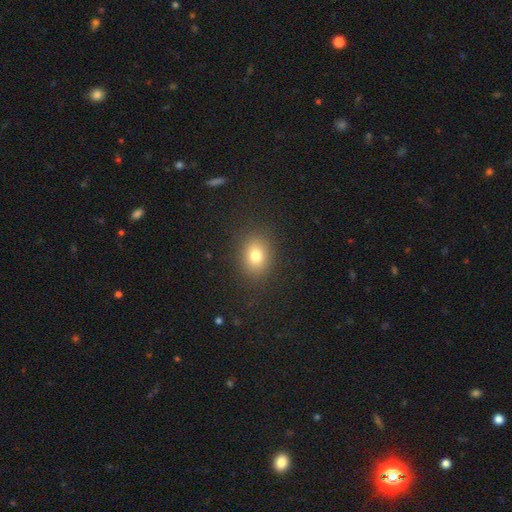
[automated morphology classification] smooth_or_featured: smooth (p=0.78) [alt: star or artifact p=0.13]
how_rounded: round (p=0.54) [alt: in between p=0.45]
merging: none (p=0.86) [alt: minor disturbance p=0.09]